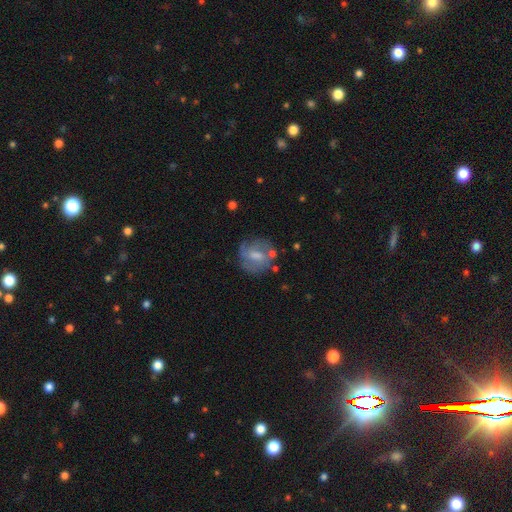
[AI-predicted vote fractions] A featured or disk galaxy (51%). Merging: none (60%).